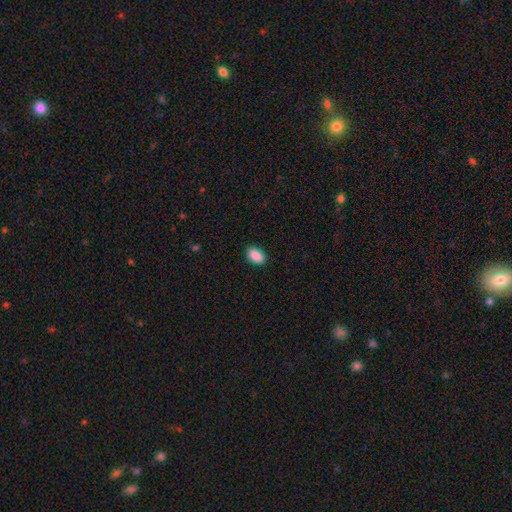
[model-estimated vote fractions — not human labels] The model was most divided on "merging": none: 89%, minor disturbance: 8%, major disturbance: 2%, merger: 1%. More confident: how rounded — in between (92%); smooth or featured — smooth (90%).